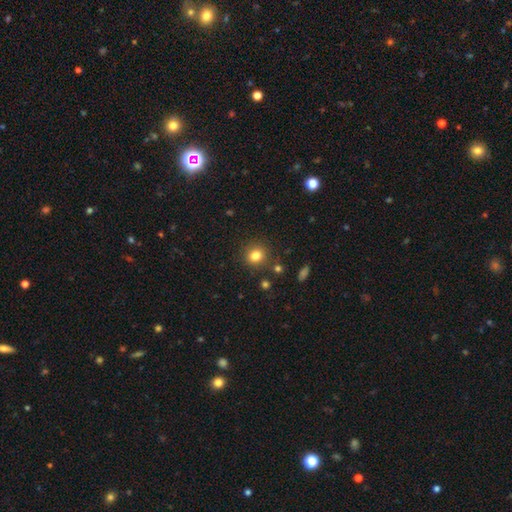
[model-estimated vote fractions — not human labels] A smooth galaxy with no disk features (81%) that is round (83%). Merging: none (86%).